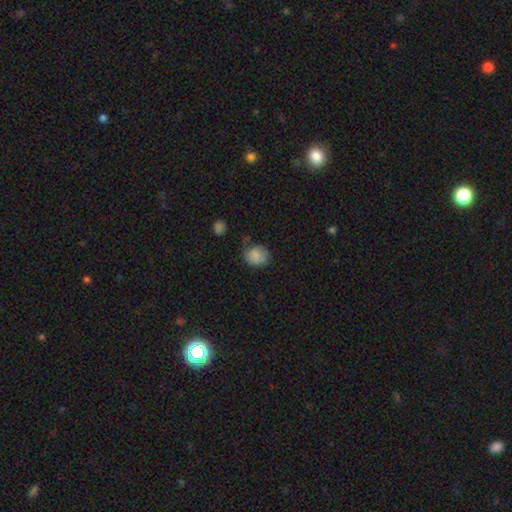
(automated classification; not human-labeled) smooth-or-featured: smooth: 83% | star or artifact: 9% | featured or disk: 9%
  how-rounded: round: 61% | in between: 38% | cigar-shaped: 1%
  merging: none: 54% | minor disturbance: 30% | major disturbance: 11% | merger: 5%